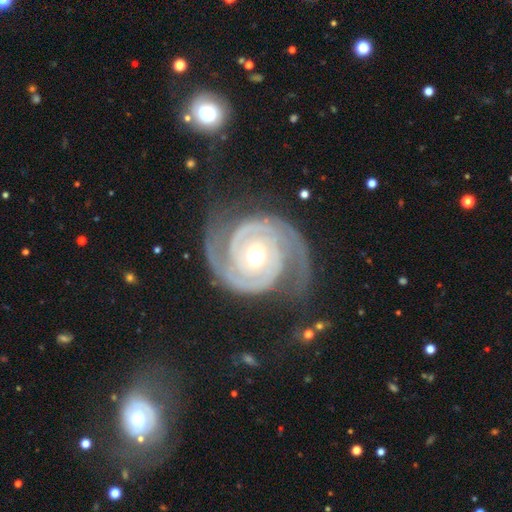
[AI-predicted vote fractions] Smooth or featured?
  - featured or disk: 93% *
  - star or artifact: 4%
  - smooth: 4%
Edge-on disk?
  - no: 98% *
  - yes: 2%
Bar?
  - no: 71% *
  - weak: 21%
  - strong: 8%
Spiral arms?
  - yes: 98% *
  - no: 2%
Spiral winding?
  - tight: 64% *
  - medium: 29%
  - loose: 7%
Spiral arm count?
  - 2: 85% *
  - 3: 5%
  - can't tell: 4%
  - 1: 2%
  - 4: 2%
  - more than 4: 2%
Bulge size?
  - moderate: 75% *
  - large: 14%
  - small: 9%
  - dominant: 1%
  - none: 1%
Merging?
  - none: 73% *
  - minor disturbance: 17%
  - major disturbance: 8%
  - merger: 2%